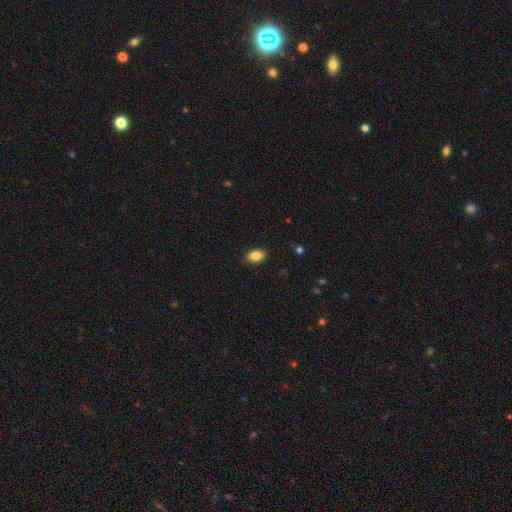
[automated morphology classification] smooth-or-featured: smooth: 86% | star or artifact: 8% | featured or disk: 5%
  how-rounded: in between: 86% | round: 13% | cigar-shaped: 1%
  merging: none: 88% | minor disturbance: 9% | major disturbance: 2% | merger: 1%